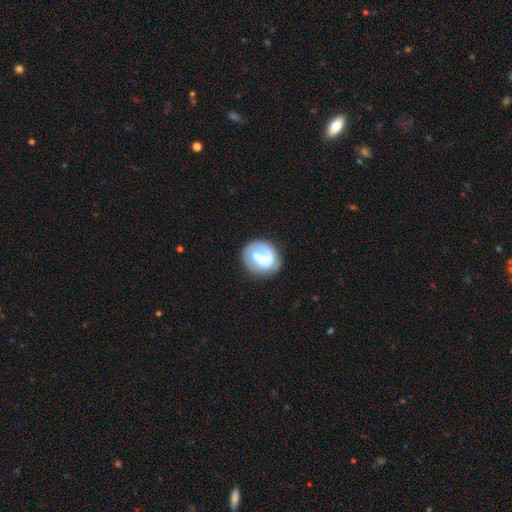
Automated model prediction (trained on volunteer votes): featured or disk 55%, smooth 38%, star or artifact 7%. Down the decision tree: edge-on disk — no (97%); bar — weak (36%, tied with strong); spiral arms — yes (56%); bulge size — moderate (42%); merging — none (58%).